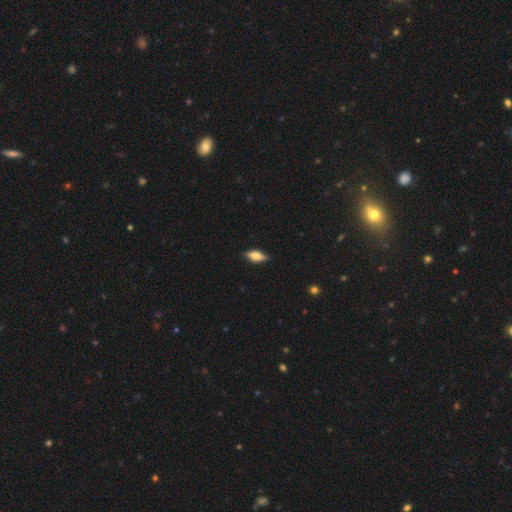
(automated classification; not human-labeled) A smooth galaxy with no disk features (54%) that is in between round and cigar-shaped (69%).

Vote fractions:
- Smooth or featured? smooth: 54% / featured or disk: 39% / star or artifact: 7%
- How rounded? in between: 69% / cigar-shaped: 28% / round: 3%
- Merging? none: 85% / minor disturbance: 12% / major disturbance: 2% / merger: 1%